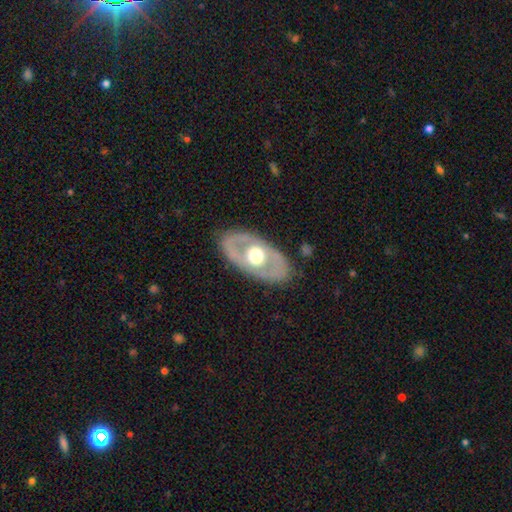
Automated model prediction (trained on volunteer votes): featured or disk 63%, smooth 32%, star or artifact 5%. Down the decision tree: edge-on disk — no (87%); bar — no (87%); spiral arms — no (83%); bulge size — moderate (63%); merging — none (82%).